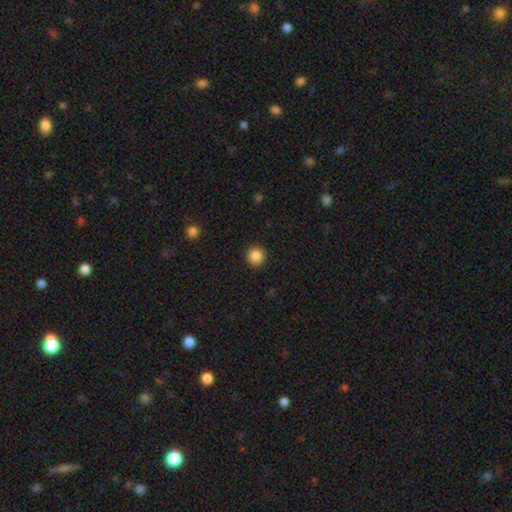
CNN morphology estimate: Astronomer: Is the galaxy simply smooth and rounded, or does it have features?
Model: smooth — 87%.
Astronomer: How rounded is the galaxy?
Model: round — 95%.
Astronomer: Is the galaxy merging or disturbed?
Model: none — 92%.